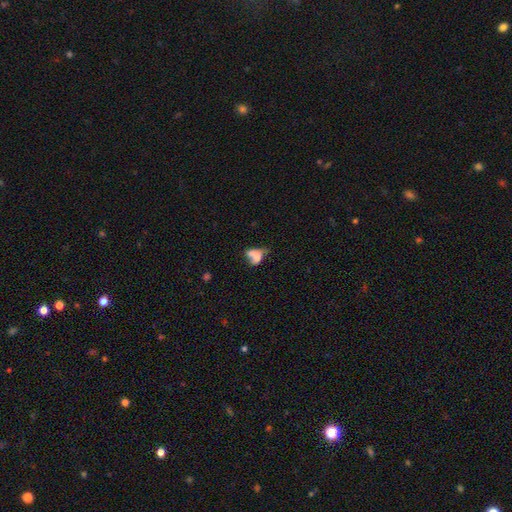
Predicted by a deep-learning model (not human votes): This is possibly a smooth galaxy (59%). How rounded: likely in between (74%). Merging: marginally merger (36%).